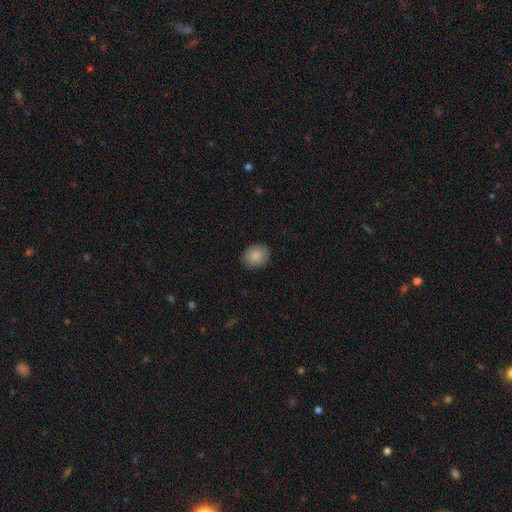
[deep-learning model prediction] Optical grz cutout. It shows a smooth galaxy with no disk features (87%) that is round (55%). Merging: none (87%).